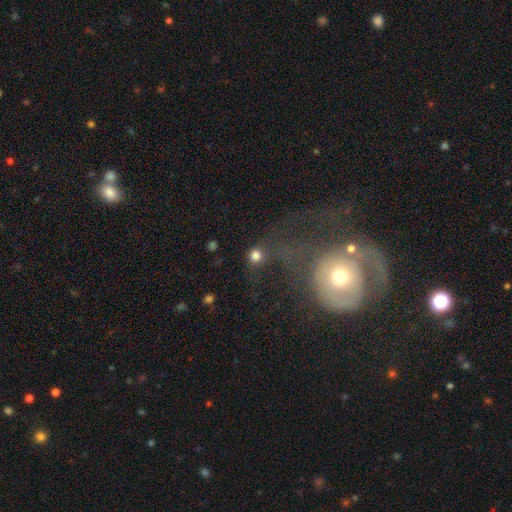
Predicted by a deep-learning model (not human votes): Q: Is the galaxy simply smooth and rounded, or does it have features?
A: smooth — 79%.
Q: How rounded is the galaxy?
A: round — 93%.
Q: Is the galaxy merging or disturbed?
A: none — 72%.